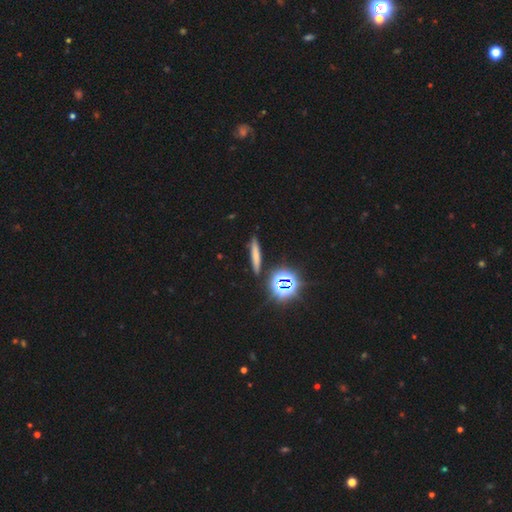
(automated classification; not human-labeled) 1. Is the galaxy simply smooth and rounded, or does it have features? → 61% smooth, 21% star or artifact, 17% featured or disk.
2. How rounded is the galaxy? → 85% cigar-shaped, 9% in between, 6% round.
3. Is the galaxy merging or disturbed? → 86% none, 8% minor disturbance, 3% merger, 2% major disturbance.